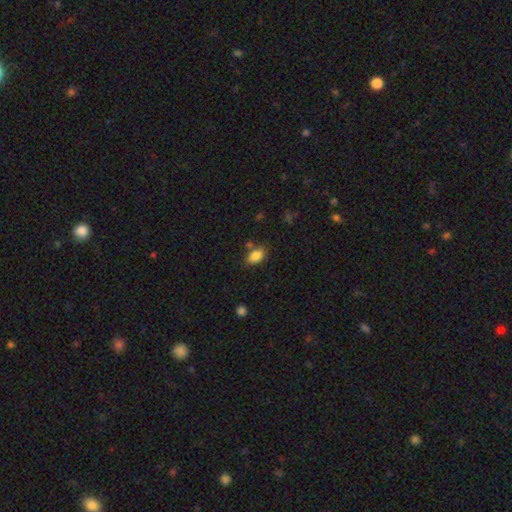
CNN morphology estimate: This is clearly a smooth galaxy (86%). How rounded: clearly in between (87%). Merging: likely none (75%).